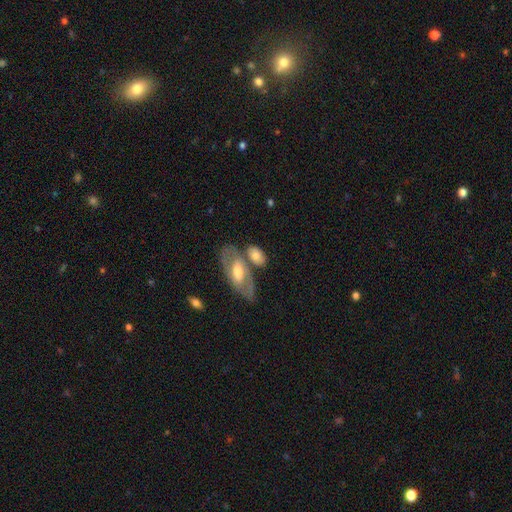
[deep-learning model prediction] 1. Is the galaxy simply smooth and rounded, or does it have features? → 60% smooth, 34% featured or disk, 6% star or artifact.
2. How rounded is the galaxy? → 86% in between, 9% round, 5% cigar-shaped.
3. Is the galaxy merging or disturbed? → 52% none, 28% merger, 14% minor disturbance, 6% major disturbance.